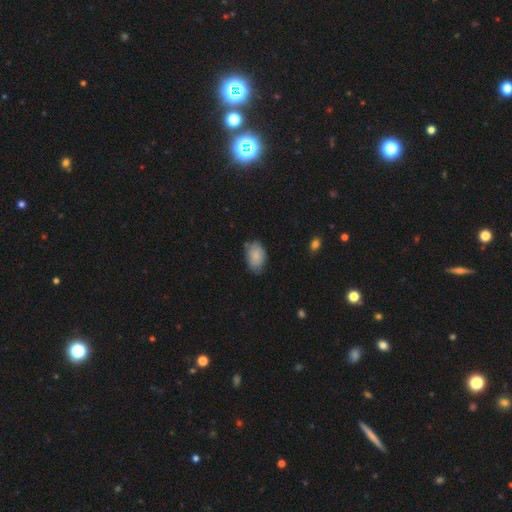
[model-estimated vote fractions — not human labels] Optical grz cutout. It shows a smooth galaxy with no disk features (84%) that is in between round and cigar-shaped (88%). Merging: none (66%).